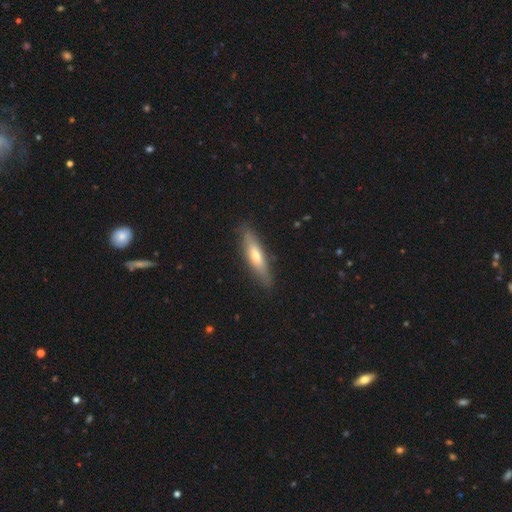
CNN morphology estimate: smooth-or-featured: smooth: 50% | featured or disk: 44% | star or artifact: 6%
  how-rounded: cigar-shaped: 75% | in between: 23% | round: 2%
  merging: none: 84% | minor disturbance: 12% | major disturbance: 2% | merger: 1%